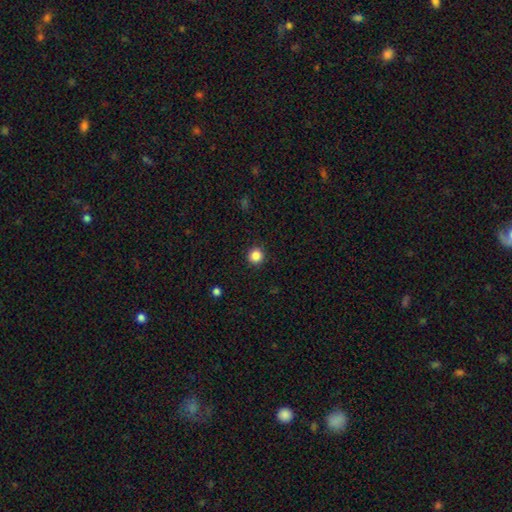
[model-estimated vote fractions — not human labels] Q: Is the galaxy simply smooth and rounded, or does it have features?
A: smooth — 86%.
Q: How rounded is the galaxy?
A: round — 95%.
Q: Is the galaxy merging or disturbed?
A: none — 92%.